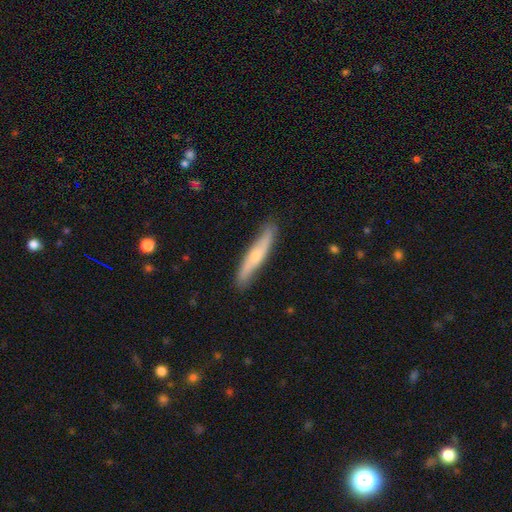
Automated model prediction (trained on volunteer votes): Smooth or featured: featured or disk — 48% (smooth — 47%)
Merging: none — 84% (minor disturbance — 12%)